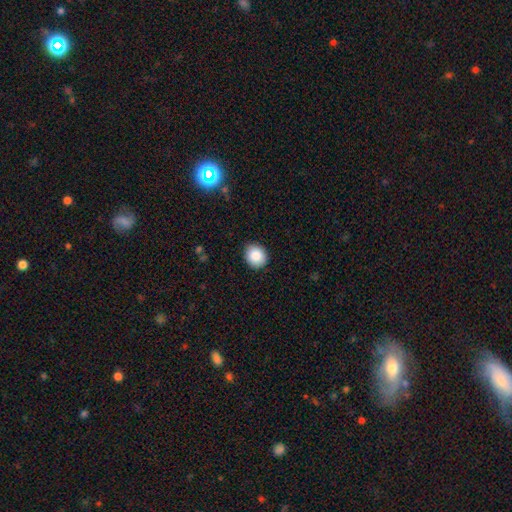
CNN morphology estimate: This is clearly a smooth galaxy (87%). How rounded: likely round (74%). Merging: clearly none (88%).